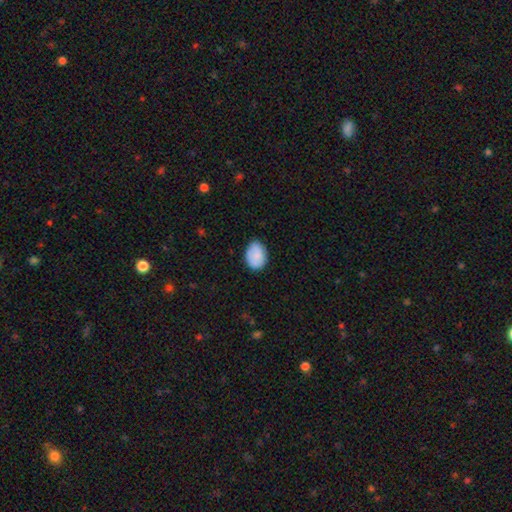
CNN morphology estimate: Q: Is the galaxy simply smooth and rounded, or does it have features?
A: smooth — 85%.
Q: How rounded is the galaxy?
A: in between — 75%.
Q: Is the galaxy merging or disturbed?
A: none — 77%.